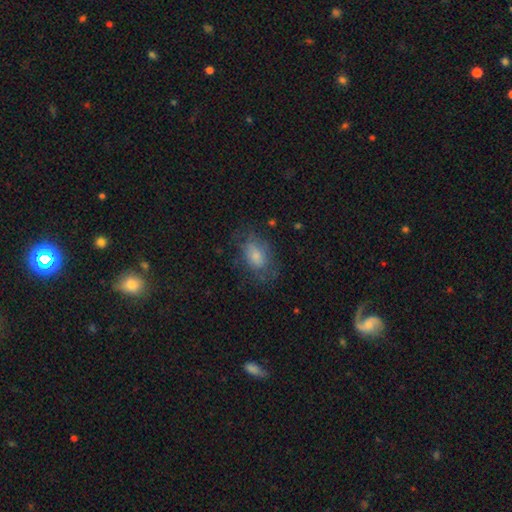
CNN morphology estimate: A smooth galaxy with no disk features (58%) that is in between round and cigar-shaped (83%). Merging: none (64%).